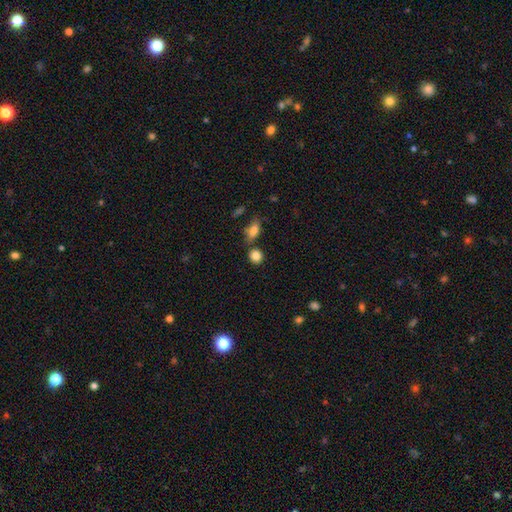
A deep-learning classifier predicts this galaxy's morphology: smooth 85%, star or artifact 10%, featured or disk 5%. Down the decision tree: how rounded — round (75%); merging — none (71%).